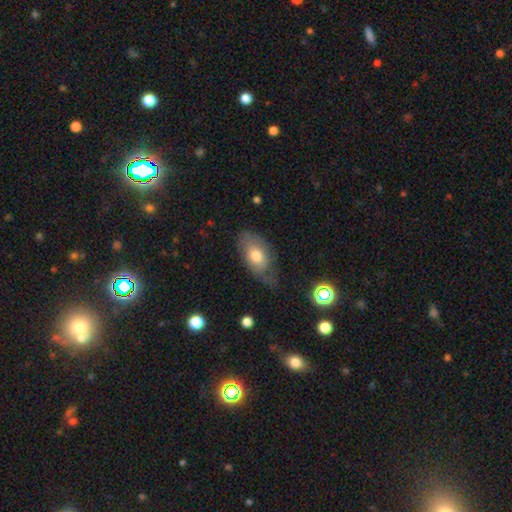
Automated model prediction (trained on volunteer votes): smooth_or_featured: smooth (p=0.64) [alt: featured or disk p=0.29]
how_rounded: in between (p=0.89) [alt: round p=0.08]
merging: none (p=0.53) [alt: minor disturbance p=0.30]